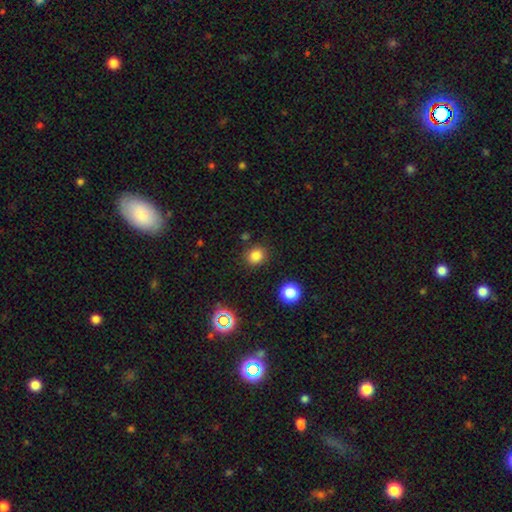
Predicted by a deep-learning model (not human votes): Smooth or featured: smooth — 81% (star or artifact — 14%)
How rounded: round — 74% (in between — 25%)
Merging: none — 86% (minor disturbance — 9%)